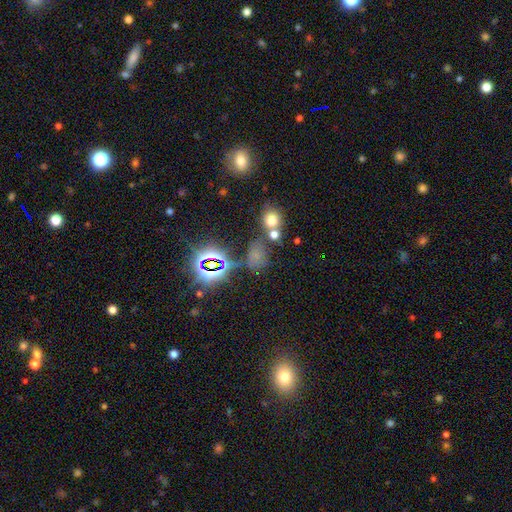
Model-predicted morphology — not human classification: This appears to be a star or artifact, not a galaxy (46%).